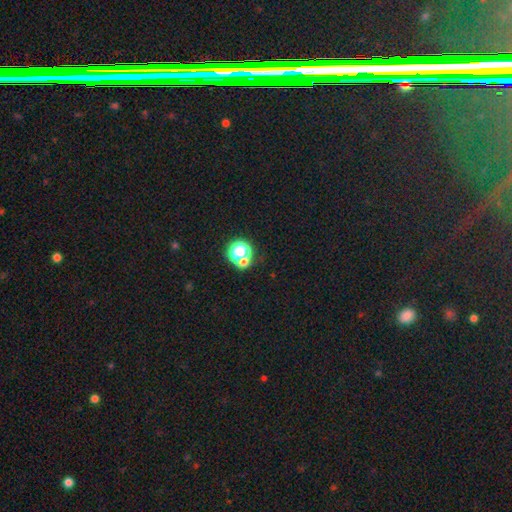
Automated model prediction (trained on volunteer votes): Morphology: type=star or artifact (64%).